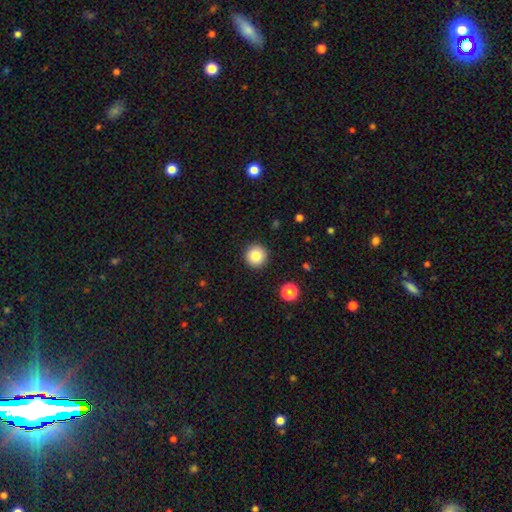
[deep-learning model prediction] This appears to be a smooth galaxy with no disk features (83%) that is round (96%). Merging: none (92%).